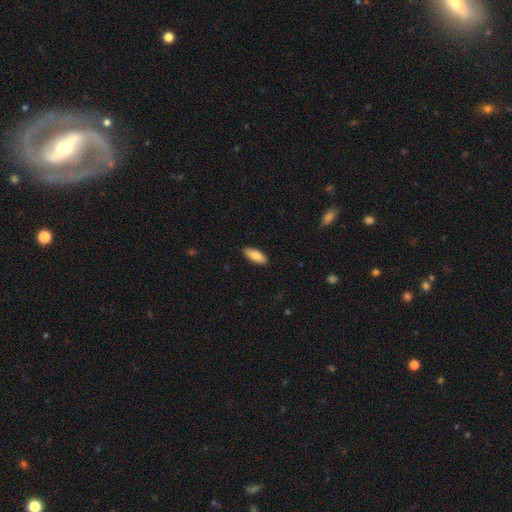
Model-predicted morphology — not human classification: smooth-or-featured: smooth: 87% | featured or disk: 8% | star or artifact: 6%
  how-rounded: in between: 77% | cigar-shaped: 21% | round: 2%
  merging: none: 88% | minor disturbance: 9% | major disturbance: 2% | merger: 1%